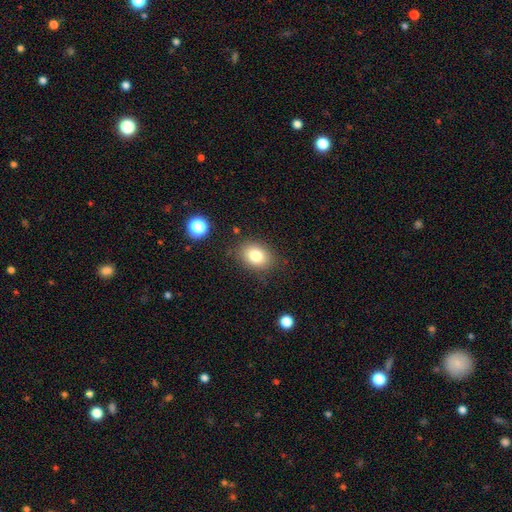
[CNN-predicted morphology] type=smooth (80%); roundness=in between (63%); merging=none (84%).